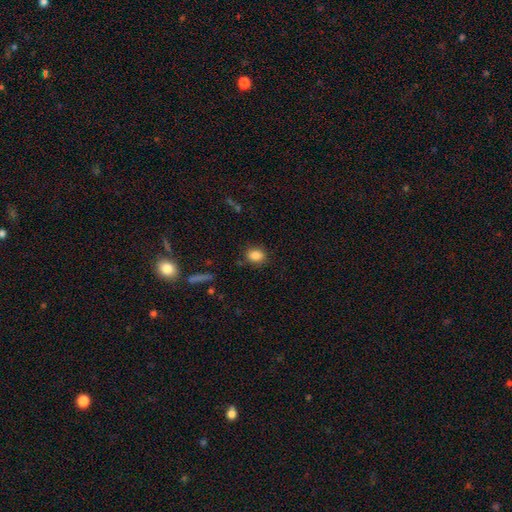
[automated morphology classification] The model was most divided on "how rounded": in between: 52%, round: 47%, cigar-shaped: 1%. More confident: smooth or featured — smooth (86%); merging — none (82%).